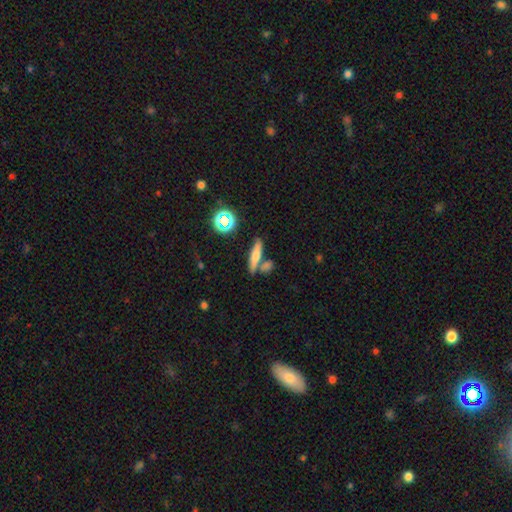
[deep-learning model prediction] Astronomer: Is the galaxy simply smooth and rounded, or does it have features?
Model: smooth — 60%.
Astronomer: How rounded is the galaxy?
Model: cigar-shaped — 74%.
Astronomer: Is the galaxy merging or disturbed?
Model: none — 67%.